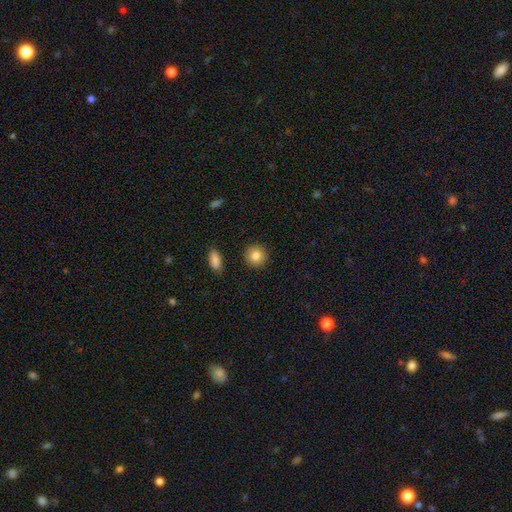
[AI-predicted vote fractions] Q: Smooth or featured?
A: smooth (84%); runner-up: star or artifact (9%)
Q: How rounded?
A: round (91%); runner-up: in between (8%)
Q: Merging?
A: none (90%); runner-up: minor disturbance (7%)